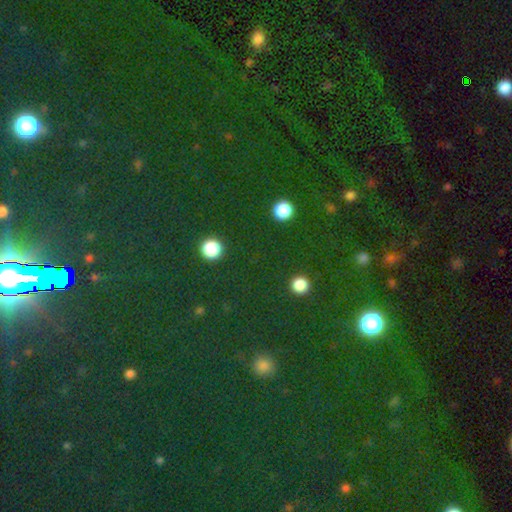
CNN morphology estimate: Smooth or featured?
  - star or artifact: 74% *
  - smooth: 16%
  - featured or disk: 10%